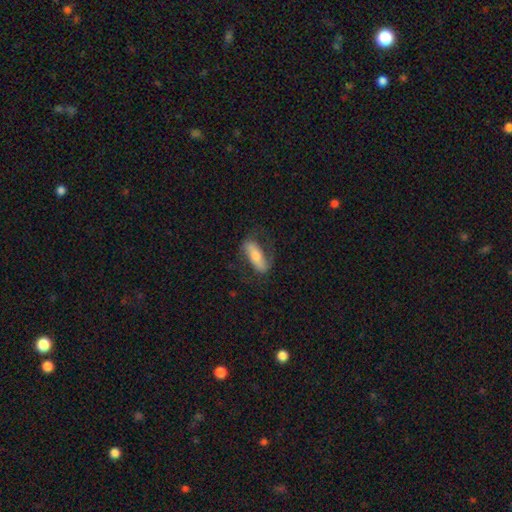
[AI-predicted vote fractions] A featured or disk galaxy (48%).

Vote fractions:
- Smooth or featured? featured or disk: 48% / smooth: 45% / star or artifact: 7%
- Merging? none: 70% / minor disturbance: 19% / major disturbance: 10% / merger: 1%